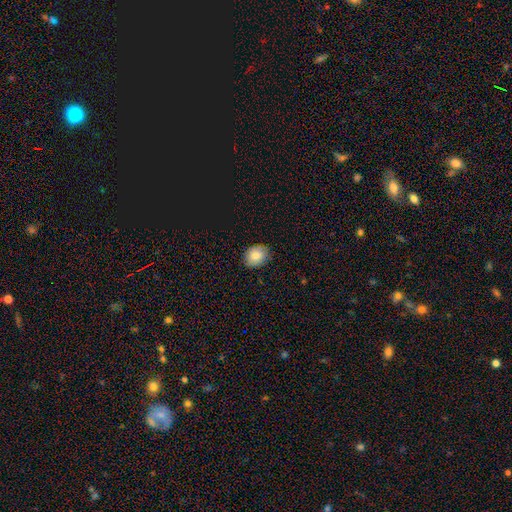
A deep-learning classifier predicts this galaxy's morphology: A smooth galaxy with no disk features (81%) that is in between round and cigar-shaped (61%).

Vote fractions:
- Smooth or featured? smooth: 81% / featured or disk: 11% / star or artifact: 8%
- How rounded? in between: 61% / round: 38% / cigar-shaped: 1%
- Merging? none: 86% / minor disturbance: 11% / major disturbance: 2% / merger: 1%